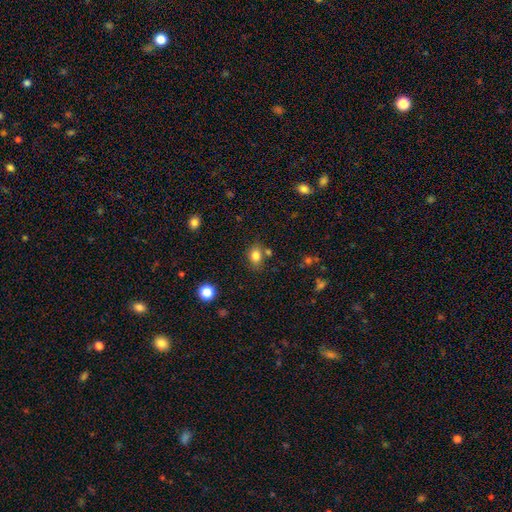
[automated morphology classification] This is clearly a smooth galaxy (82%). How rounded: likely in between (62%). Merging: likely none (71%).